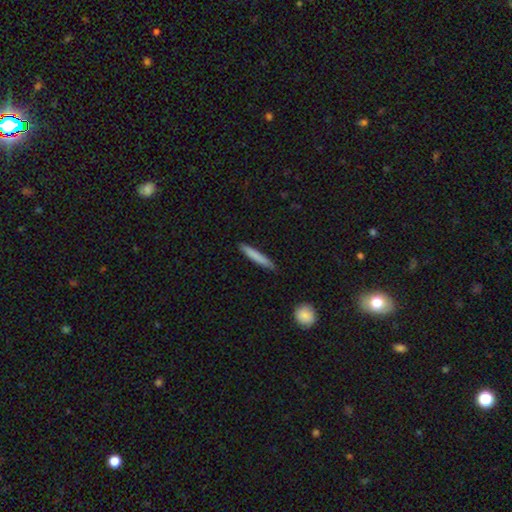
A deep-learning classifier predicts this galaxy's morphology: Overall: smooth (78%). How rounded: cigar-shaped (95%). Merging: none (86%).